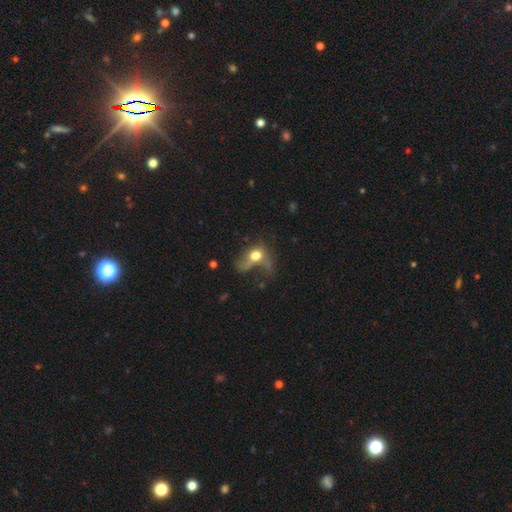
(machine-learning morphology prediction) This is likely a smooth galaxy (60%). How rounded: possibly in between (53%). Merging: possibly major disturbance (49%).